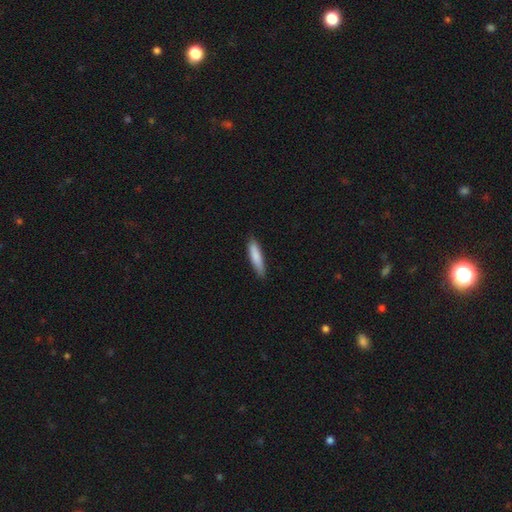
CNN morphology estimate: smooth 84%, featured or disk 11%, star or artifact 6%. Down the decision tree: how rounded — cigar-shaped (79%); merging — none (83%).